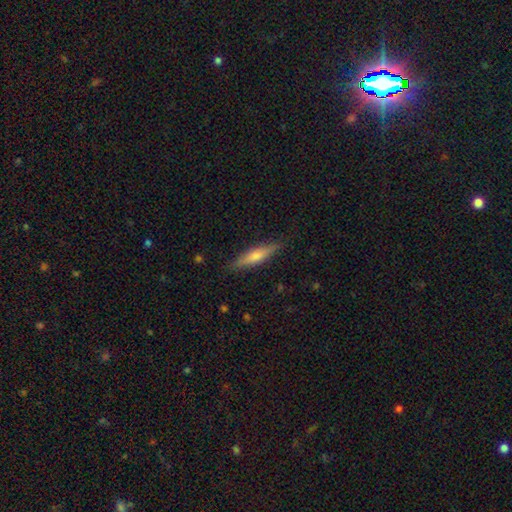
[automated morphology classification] A smooth galaxy with no disk features (49%). Merging: none (88%).